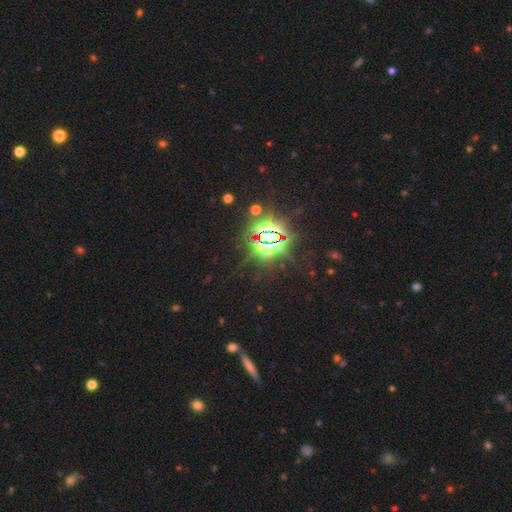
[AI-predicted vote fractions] smooth_or_featured: star or artifact (p=0.85) [alt: smooth p=0.09]